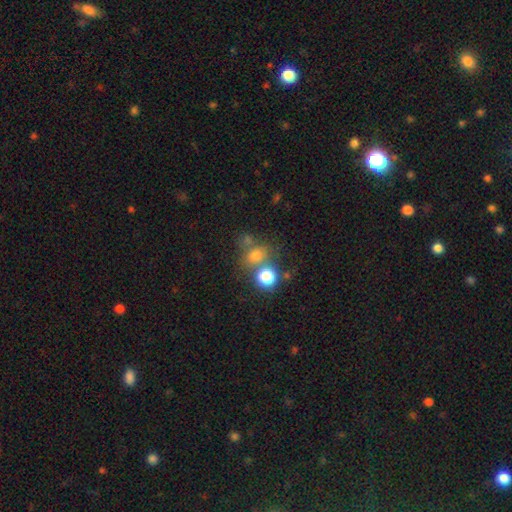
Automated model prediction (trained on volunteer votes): This is likely a smooth galaxy (67%). How rounded: likely round (72%). Merging: possibly none (56%).